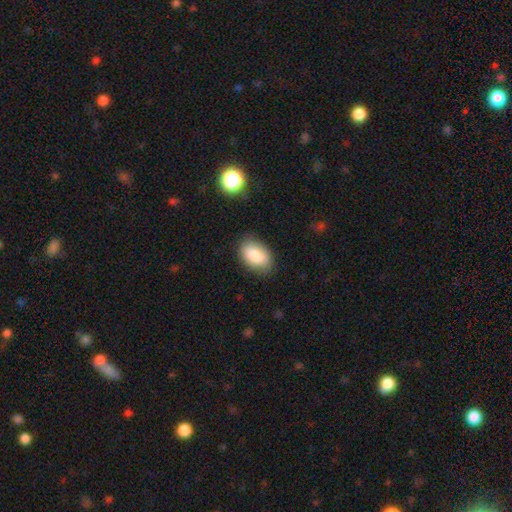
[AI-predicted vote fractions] A smooth galaxy with no disk features (87%) that is in between round and cigar-shaped (92%). Merging: none (83%).